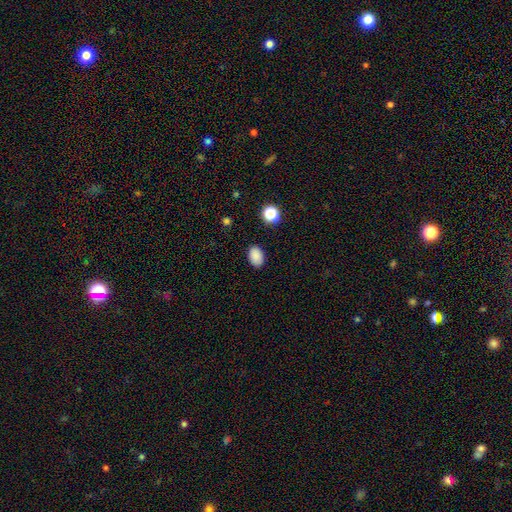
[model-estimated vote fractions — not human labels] A smooth galaxy with no disk features (87%) that is in between round and cigar-shaped (85%).

Vote fractions:
- Smooth or featured? smooth: 87% / star or artifact: 9% / featured or disk: 4%
- How rounded? in between: 85% / round: 14% / cigar-shaped: 1%
- Merging? none: 87% / minor disturbance: 9% / major disturbance: 2% / merger: 1%